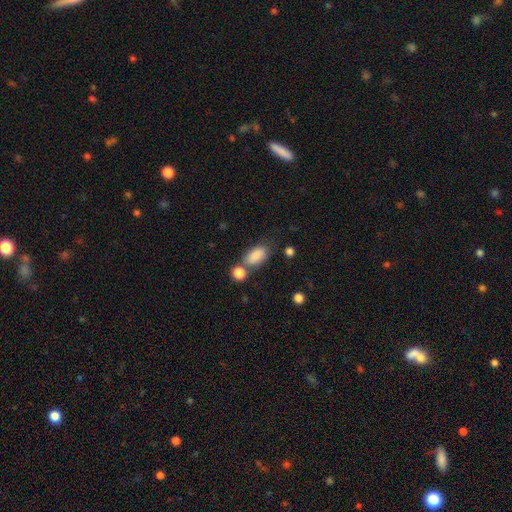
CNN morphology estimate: Smooth or featured? Predicted: smooth (p=0.86). How rounded? Predicted: in between (p=0.90). Merging? Predicted: none (p=0.56).